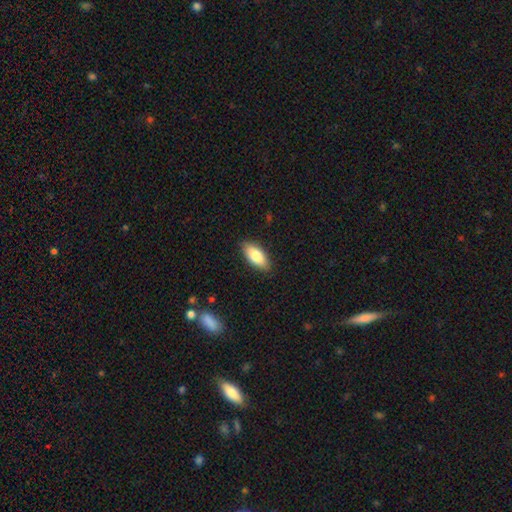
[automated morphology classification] type=smooth (80%); roundness=in between (86%); merging=none (88%).